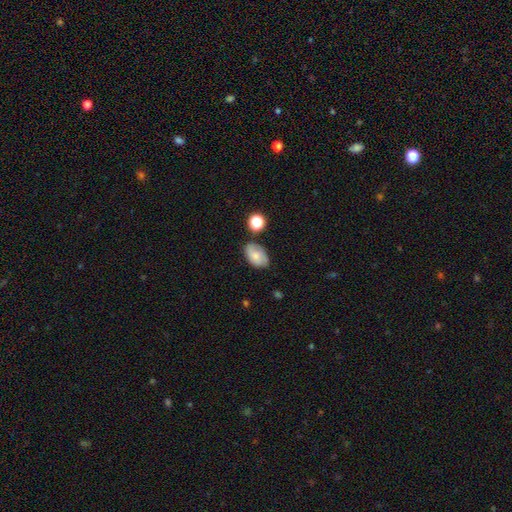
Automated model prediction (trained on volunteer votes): Q: Smooth or featured?
A: smooth (60%); runner-up: featured or disk (30%)
Q: How rounded?
A: in between (88%); runner-up: round (11%)
Q: Merging?
A: none (68%); runner-up: minor disturbance (22%)